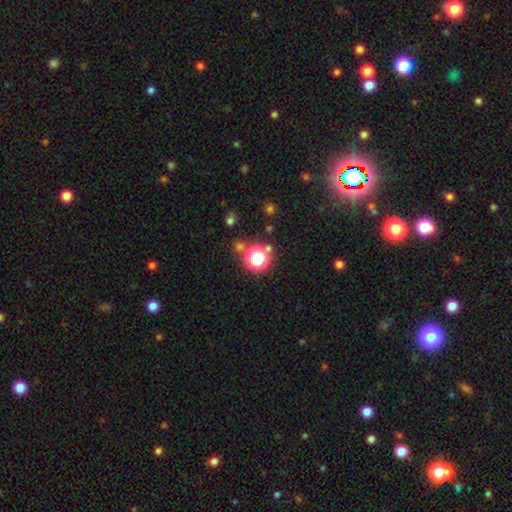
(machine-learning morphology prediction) The model was most divided on "smooth or featured": star or artifact: 72%, smooth: 21%, featured or disk: 7%.